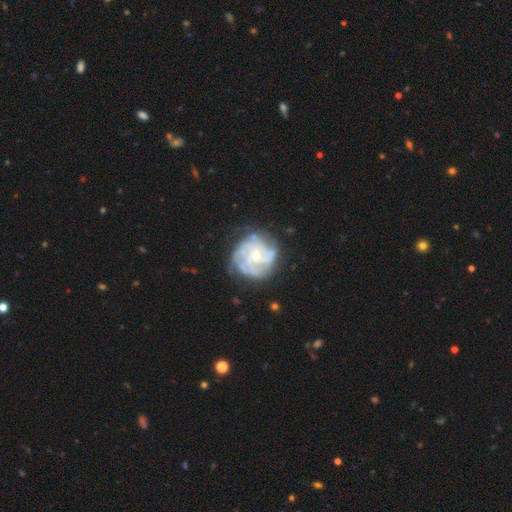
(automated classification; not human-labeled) Q: Smooth or featured?
A: featured or disk (81%); runner-up: smooth (13%)
Q: Edge-on disk?
A: no (98%); runner-up: yes (2%)
Q: Bar?
A: no (73%); runner-up: weak (23%)
Q: Spiral arms?
A: yes (88%); runner-up: no (12%)
Q: Spiral winding?
A: tight (60%); runner-up: medium (31%)
Q: Spiral arm count?
A: can't tell (38%); runner-up: 4 (19%)
Q: Bulge size?
A: small (62%); runner-up: moderate (33%)
Q: Merging?
A: none (69%); runner-up: minor disturbance (19%)